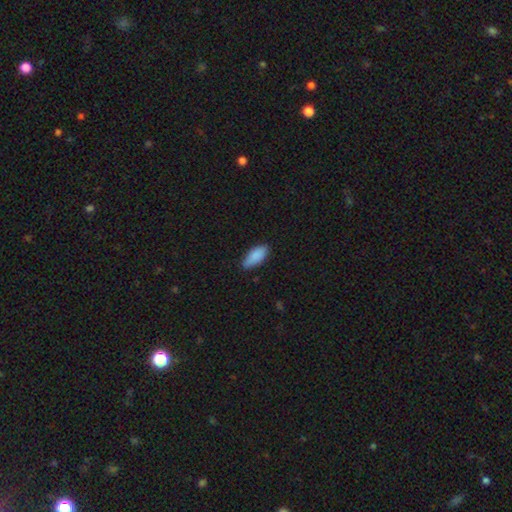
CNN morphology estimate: This is clearly a smooth galaxy (88%). How rounded: clearly in between (81%). Merging: likely none (76%).